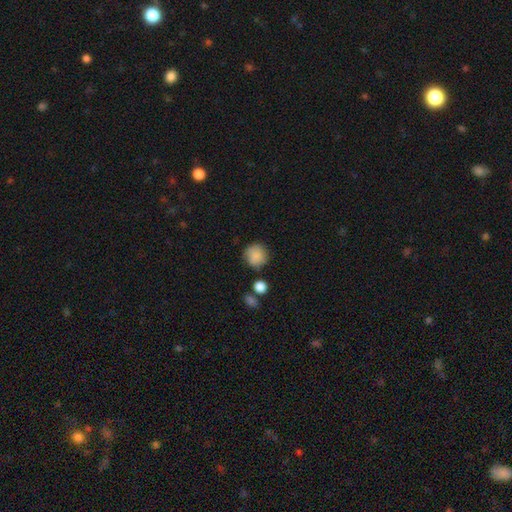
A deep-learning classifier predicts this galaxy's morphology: Smooth or featured: smooth — 86% (star or artifact — 8%)
How rounded: round — 91% (in between — 8%)
Merging: none — 78% (minor disturbance — 13%)